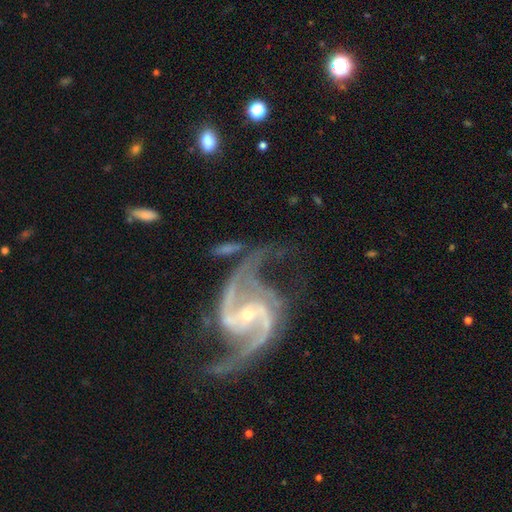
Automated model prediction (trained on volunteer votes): Smooth or featured? featured or disk (94%)
Edge-on disk? no (98%)
Bar? weak (37%)
Spiral arms? yes (99%)
Spiral winding? medium (55%)
Spiral arm count? 2 (87%)
Bulge size? small (69%)
Merging? none (61%)